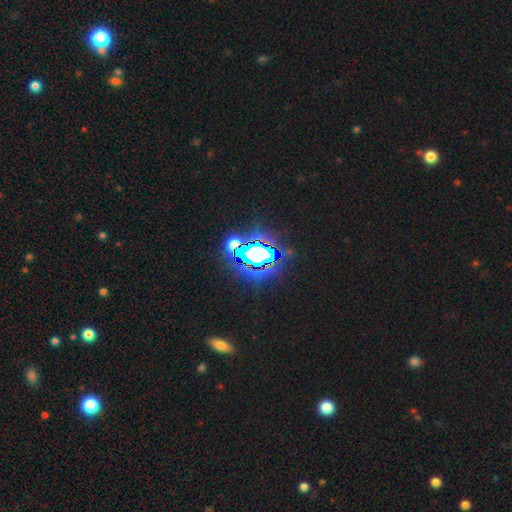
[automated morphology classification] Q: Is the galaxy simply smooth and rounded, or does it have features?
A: star or artifact — 71%.